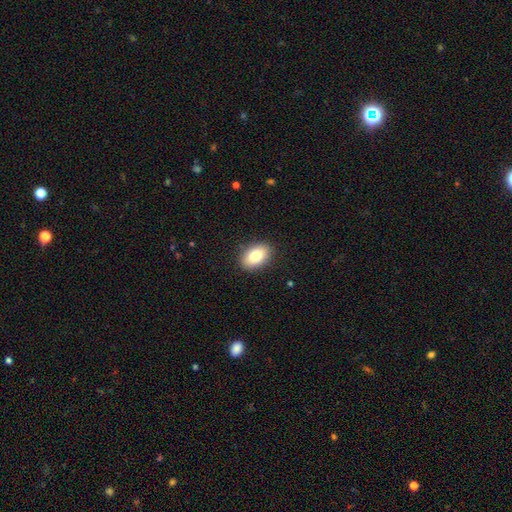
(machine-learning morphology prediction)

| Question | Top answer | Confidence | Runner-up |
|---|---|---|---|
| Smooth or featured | smooth | 83% | featured or disk (9%) |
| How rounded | in between | 90% | round (8%) |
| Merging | none | 89% | minor disturbance (8%) |